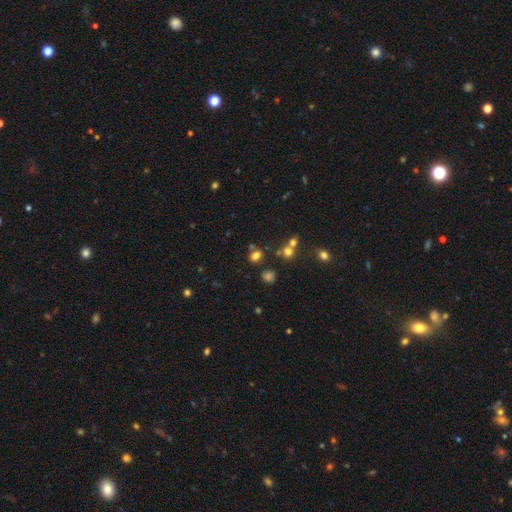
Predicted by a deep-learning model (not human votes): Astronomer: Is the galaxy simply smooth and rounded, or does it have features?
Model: smooth — 70%.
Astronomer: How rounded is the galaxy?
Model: in between — 57% (runner-up: round, 42%).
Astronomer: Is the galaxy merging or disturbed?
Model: none — 67%.